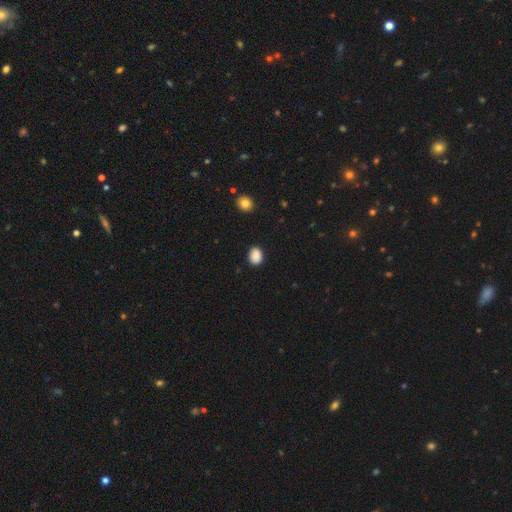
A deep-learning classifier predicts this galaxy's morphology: This appears to be a smooth galaxy with no disk features (89%) that is in between round and cigar-shaped (65%). Merging: none (88%).